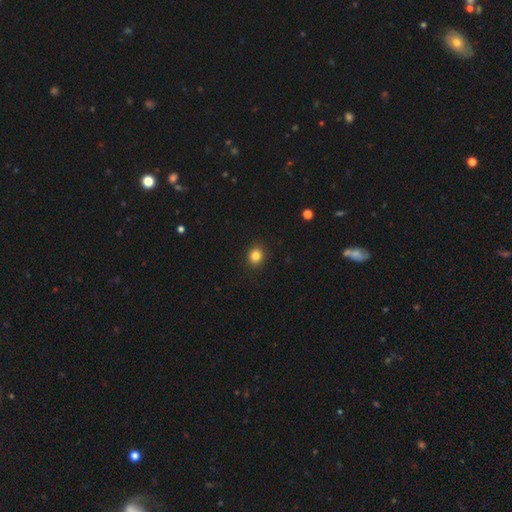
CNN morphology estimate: type=smooth (84%); roundness=round (71%); merging=none (91%).